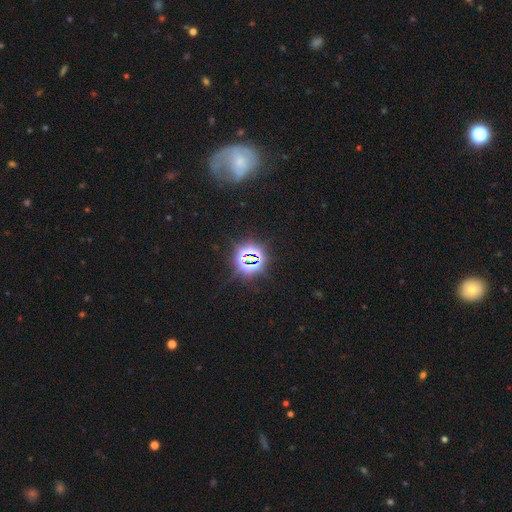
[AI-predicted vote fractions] Smooth or featured: star or artifact — 82% (smooth — 11%)